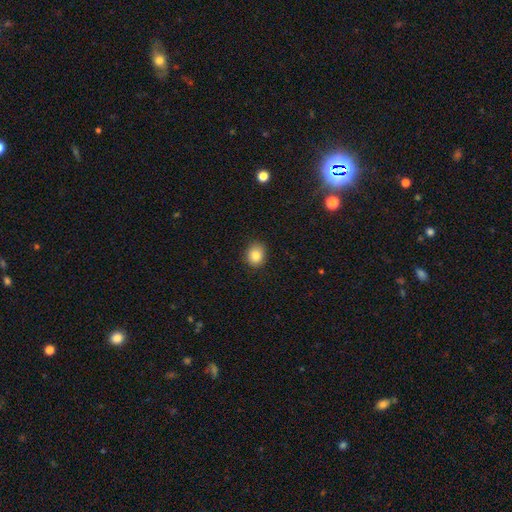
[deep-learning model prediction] smooth_or_featured: smooth (p=0.83) [alt: star or artifact p=0.10]
how_rounded: round (p=0.69) [alt: in between p=0.30]
merging: none (p=0.86) [alt: minor disturbance p=0.10]